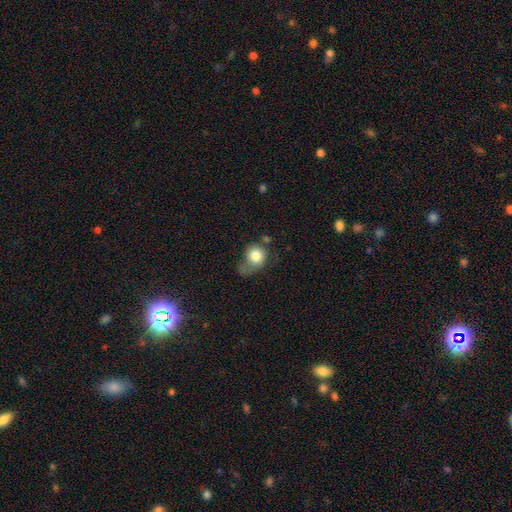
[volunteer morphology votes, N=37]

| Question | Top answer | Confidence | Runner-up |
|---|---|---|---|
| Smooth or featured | smooth | 92% | featured or disk (5%) |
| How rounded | round | 68% | in between (32%) |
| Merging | major disturbance | 44% | minor disturbance (25%) |